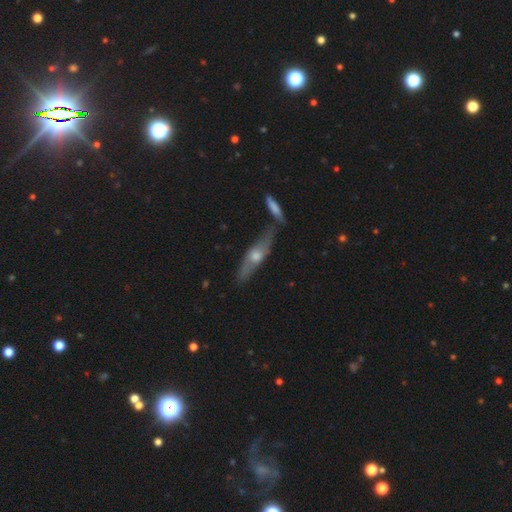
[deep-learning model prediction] smooth_or_featured: featured or disk (p=0.65) [alt: smooth p=0.27]
disk_edge_on: yes (p=0.74) [alt: no p=0.26]
merging: none (p=0.70) [alt: minor disturbance p=0.13]